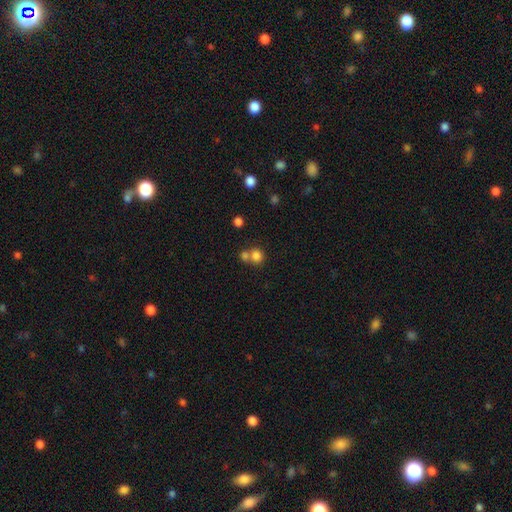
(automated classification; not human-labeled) This appears to be a smooth galaxy with no disk features (80%) that is round (79%). Merging: merger (45%).